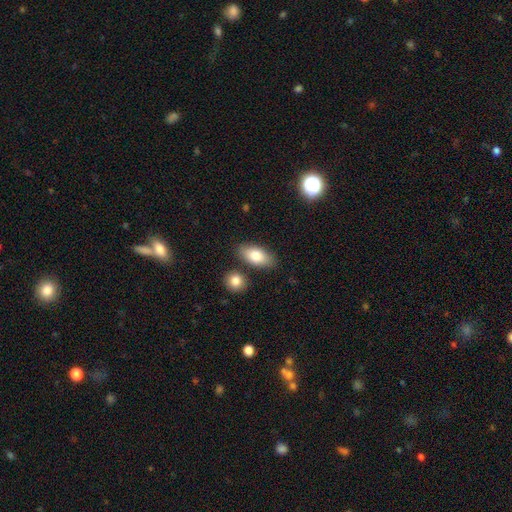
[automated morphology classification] Smooth or featured? Predicted: smooth (p=0.80). How rounded? Predicted: in between (p=0.89). Merging? Predicted: none (p=0.80).